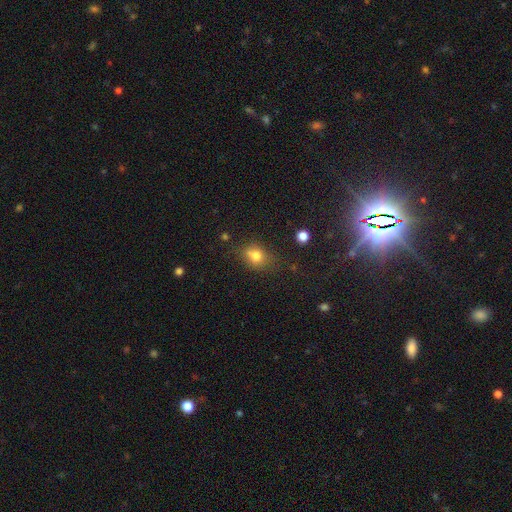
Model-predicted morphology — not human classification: smooth_or_featured: smooth (p=0.77) [alt: star or artifact p=0.12]
how_rounded: in between (p=0.51) [alt: round p=0.47]
merging: none (p=0.60) [alt: minor disturbance p=0.24]